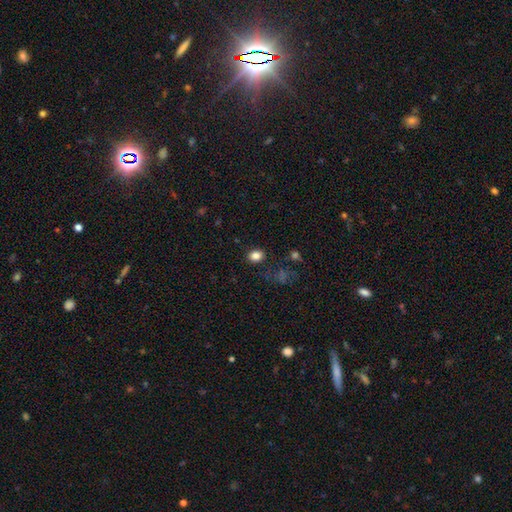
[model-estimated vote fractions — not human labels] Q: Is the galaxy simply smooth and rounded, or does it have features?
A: smooth — 84%.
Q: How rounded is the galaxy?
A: in between — 56%.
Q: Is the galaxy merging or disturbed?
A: none — 86%.